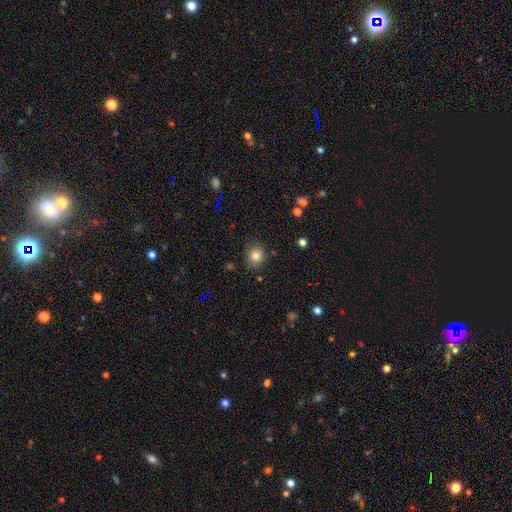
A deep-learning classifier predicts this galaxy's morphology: Q: Smooth or featured?
A: smooth (82%); runner-up: star or artifact (12%)
Q: How rounded?
A: round (78%); runner-up: in between (21%)
Q: Merging?
A: none (85%); runner-up: minor disturbance (10%)